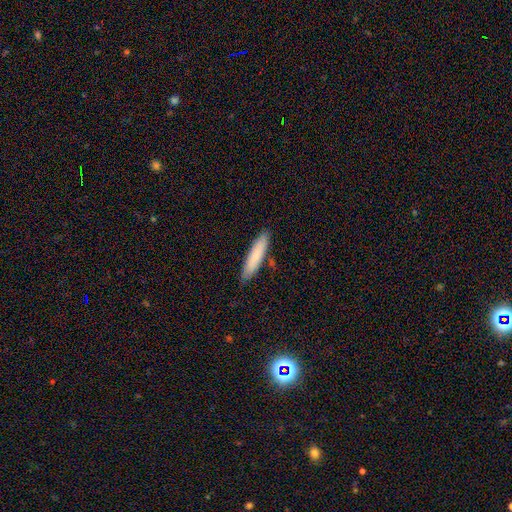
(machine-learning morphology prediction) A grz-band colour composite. It shows a smooth galaxy with no disk features (82%) that is cigar-shaped (84%). Merging: none (85%).